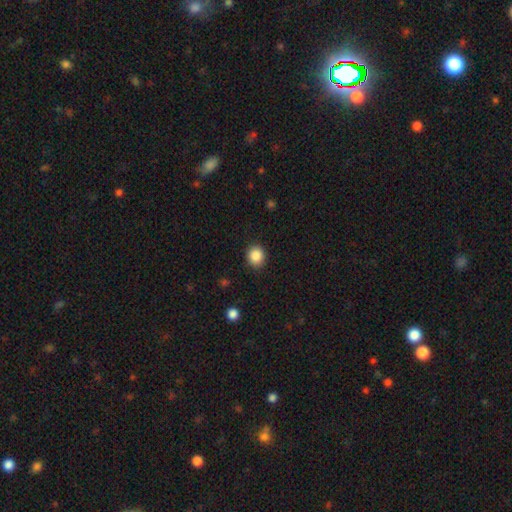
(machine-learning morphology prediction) smooth-or-featured: smooth: 87% | star or artifact: 10% | featured or disk: 3%
  how-rounded: round: 79% | in between: 20% | cigar-shaped: 1%
  merging: none: 89% | minor disturbance: 7% | major disturbance: 2% | merger: 1%